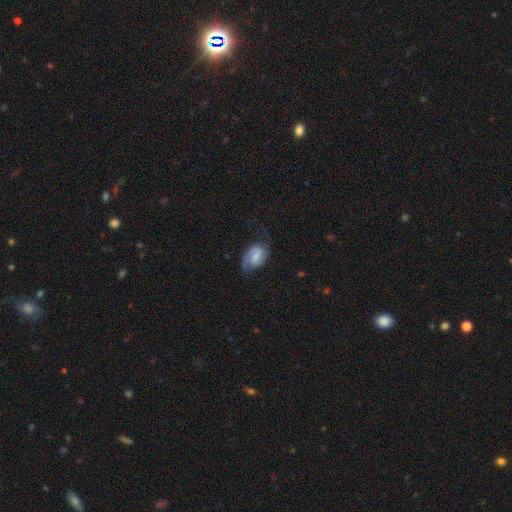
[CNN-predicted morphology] This appears to be a featured or disk galaxy (65%) with a weak bar (53%), 2 (74%) medium (46%) spiral arms (91%) and a small central bulge (37%). Merging: none (62%).